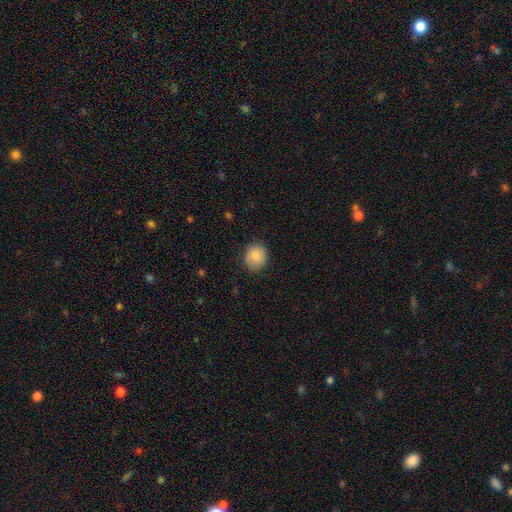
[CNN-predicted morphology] smooth-or-featured: smooth: 85% | star or artifact: 8% | featured or disk: 8%
  how-rounded: round: 74% | in between: 25% | cigar-shaped: 1%
  merging: none: 83% | minor disturbance: 13% | major disturbance: 3% | merger: 1%